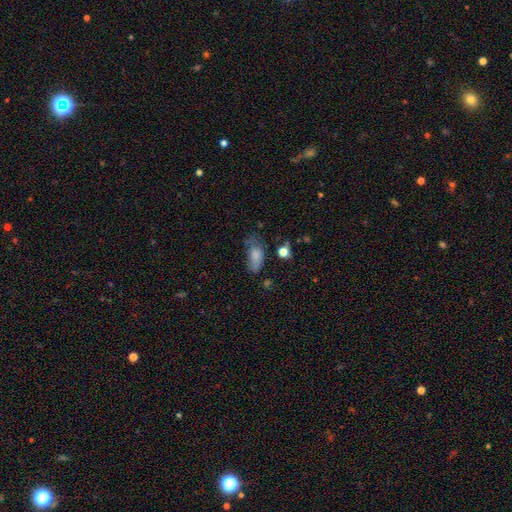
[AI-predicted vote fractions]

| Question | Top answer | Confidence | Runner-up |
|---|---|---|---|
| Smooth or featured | smooth | 76% | featured or disk (13%) |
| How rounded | in between | 88% | cigar-shaped (7%) |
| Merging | none | 38% | minor disturbance (34%) |